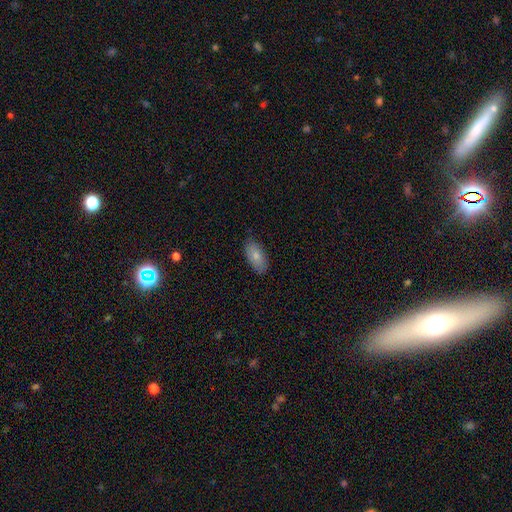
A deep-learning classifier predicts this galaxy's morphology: smooth-or-featured: smooth: 80% | featured or disk: 13% | star or artifact: 6%
  how-rounded: in between: 91% | cigar-shaped: 6% | round: 3%
  merging: none: 85% | minor disturbance: 12% | major disturbance: 2% | merger: 1%